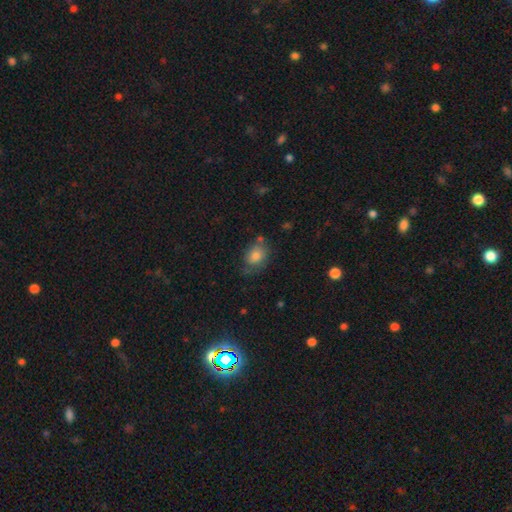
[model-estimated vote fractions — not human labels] Smooth or featured?
  - smooth: 78% *
  - featured or disk: 12%
  - star or artifact: 10%
How rounded?
  - in between: 65% *
  - round: 34%
  - cigar-shaped: 1%
Merging?
  - none: 60% *
  - minor disturbance: 25%
  - major disturbance: 9%
  - merger: 6%